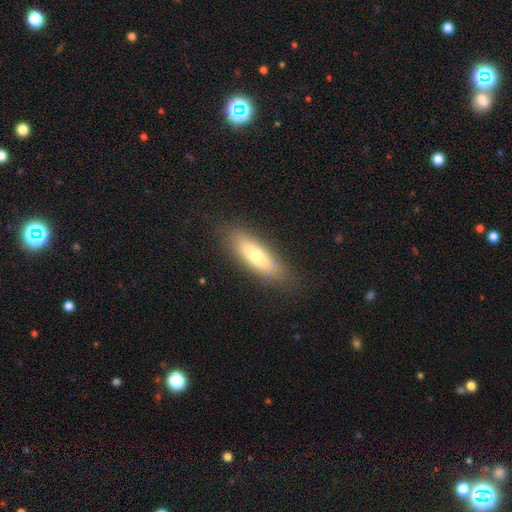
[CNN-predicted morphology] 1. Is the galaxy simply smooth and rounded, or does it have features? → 71% smooth, 23% featured or disk, 7% star or artifact.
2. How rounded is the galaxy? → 51% in between, 47% cigar-shaped, 2% round.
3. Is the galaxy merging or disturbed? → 80% none, 14% minor disturbance, 4% major disturbance, 1% merger.